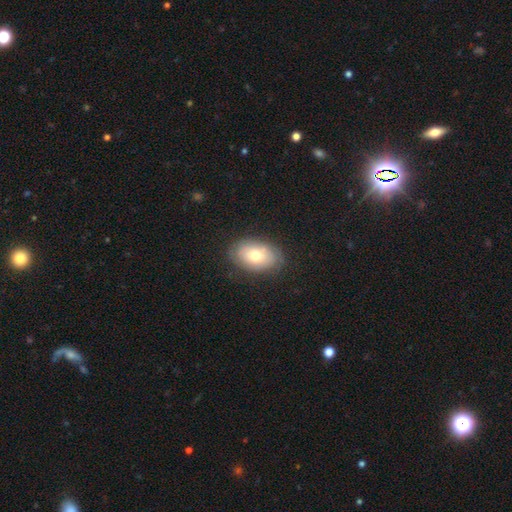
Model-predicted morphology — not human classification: A smooth galaxy with no disk features (69%) that is in between round and cigar-shaped (84%).

Vote fractions:
- Smooth or featured? smooth: 69% / featured or disk: 23% / star or artifact: 8%
- How rounded? in between: 84% / round: 15% / cigar-shaped: 1%
- Merging? none: 82% / minor disturbance: 13% / major disturbance: 4% / merger: 1%